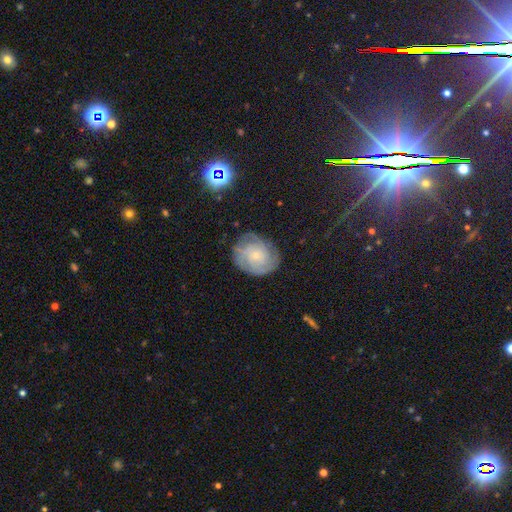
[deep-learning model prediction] smooth_or_featured: featured or disk (p=0.62) [alt: smooth p=0.29]
disk_edge_on: no (p=0.97) [alt: yes p=0.03]
bar: no (p=0.78) [alt: weak p=0.20]
has_spiral_arms: yes (p=0.88) [alt: no p=0.12]
spiral_winding: tight (p=0.65) [alt: medium p=0.27]
spiral_arm_count: can't tell (p=0.44) [alt: 2 p=0.19]
bulge_size: small (p=0.65) [alt: moderate p=0.22]
merging: none (p=0.72) [alt: minor disturbance p=0.19]